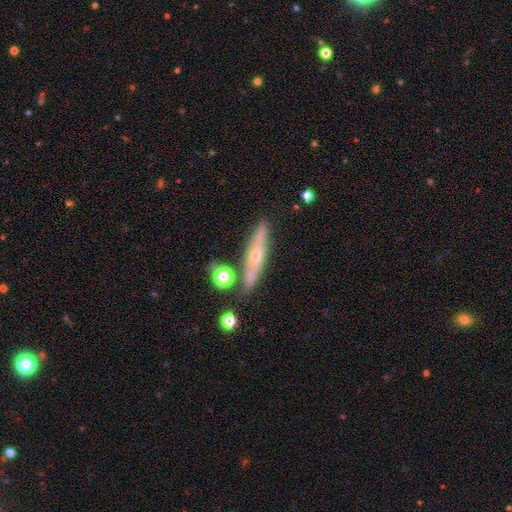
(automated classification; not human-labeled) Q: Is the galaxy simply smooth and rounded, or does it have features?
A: featured or disk — 62%.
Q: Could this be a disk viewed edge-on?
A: yes — 88%.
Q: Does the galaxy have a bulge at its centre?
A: rounded — 82%.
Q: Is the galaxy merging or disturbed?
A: none — 77%.